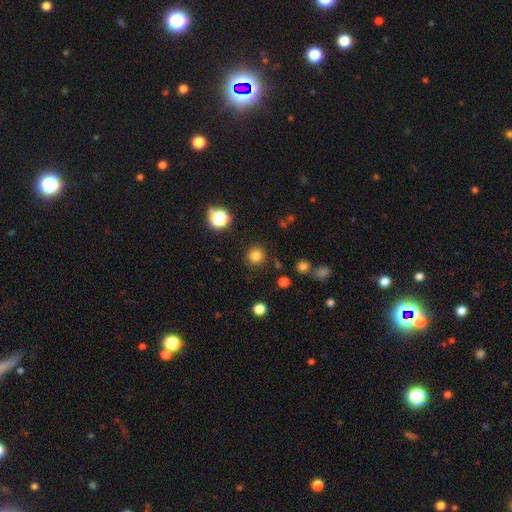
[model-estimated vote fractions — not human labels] This appears to be a smooth galaxy with no disk features (81%) that is round (95%). Merging: none (90%).